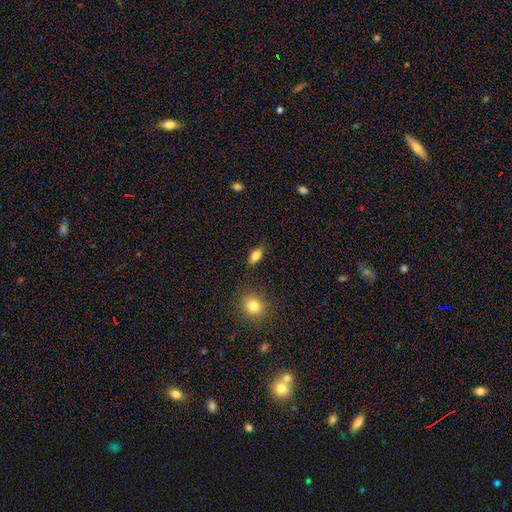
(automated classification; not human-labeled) Q: Smooth or featured?
A: smooth (83%); runner-up: star or artifact (9%)
Q: How rounded?
A: in between (89%); runner-up: round (7%)
Q: Merging?
A: none (85%); runner-up: minor disturbance (10%)